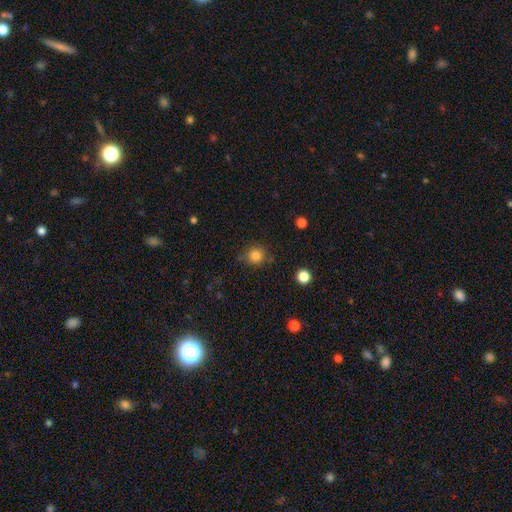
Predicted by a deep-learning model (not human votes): Smooth or featured? Predicted: smooth (p=0.83). How rounded? Predicted: round (p=0.91). Merging? Predicted: none (p=0.78).